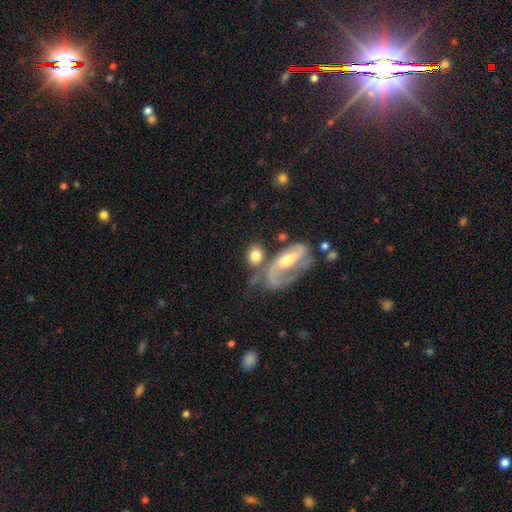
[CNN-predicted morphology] This appears to be a smooth galaxy with no disk features (70%) that is in between round and cigar-shaped (54%). Merging: none (44%).